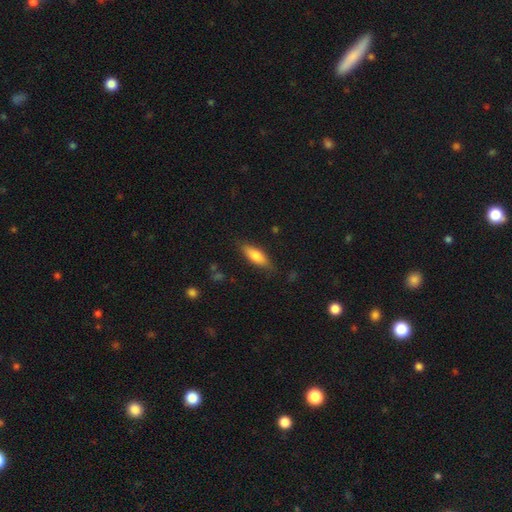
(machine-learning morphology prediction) type=smooth (75%); roundness=in between (61%); merging=none (80%).